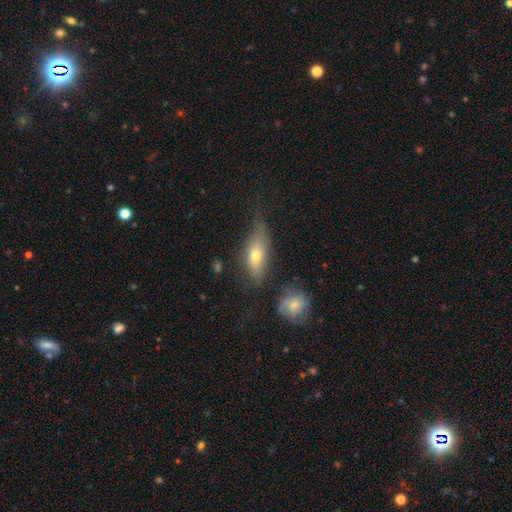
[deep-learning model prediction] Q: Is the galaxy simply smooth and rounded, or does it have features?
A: smooth — 62%.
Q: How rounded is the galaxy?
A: in between — 69%.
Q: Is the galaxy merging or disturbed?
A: none — 48%.